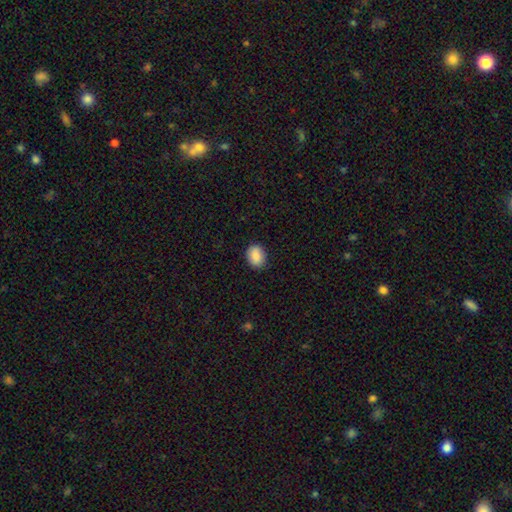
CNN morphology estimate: This is clearly a smooth galaxy (89%). How rounded: likely in between (64%). Merging: clearly none (86%).